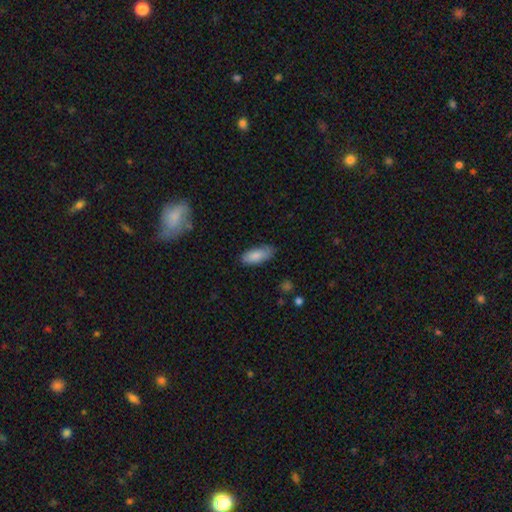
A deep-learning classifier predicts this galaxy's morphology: smooth 84%, featured or disk 10%, star or artifact 6%. Down the decision tree: how rounded — in between (83%); merging — none (74%).